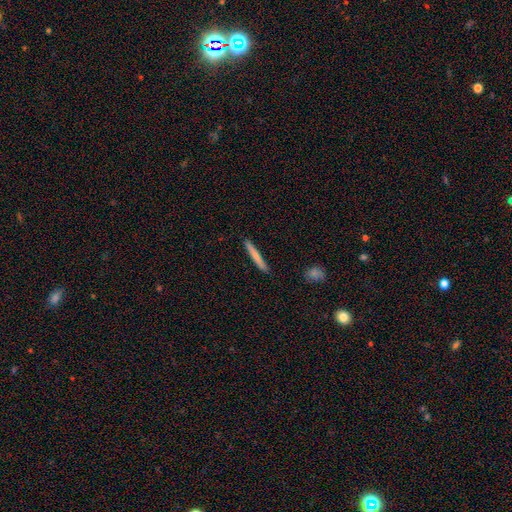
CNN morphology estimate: This appears to be a smooth galaxy with no disk features (70%) that is cigar-shaped (96%). Merging: none (90%).